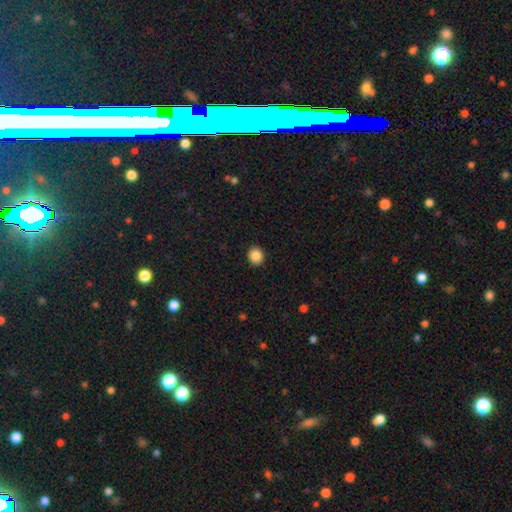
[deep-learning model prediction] Q: Smooth or featured?
A: smooth (87%); runner-up: star or artifact (10%)
Q: How rounded?
A: round (79%); runner-up: in between (20%)
Q: Merging?
A: none (92%); runner-up: minor disturbance (6%)